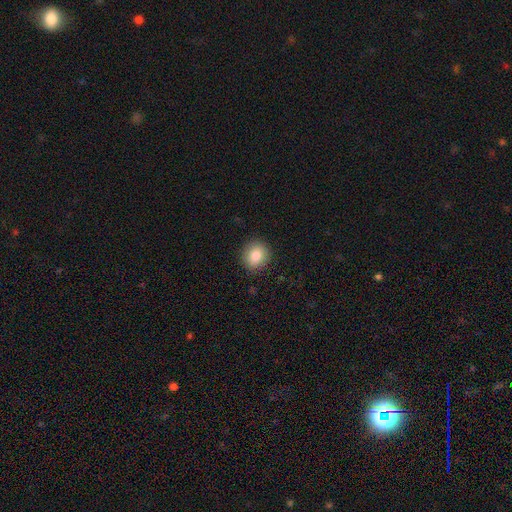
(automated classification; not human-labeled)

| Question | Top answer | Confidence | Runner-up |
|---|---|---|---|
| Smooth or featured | smooth | 85% | star or artifact (9%) |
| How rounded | round | 78% | in between (21%) |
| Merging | none | 90% | minor disturbance (7%) |